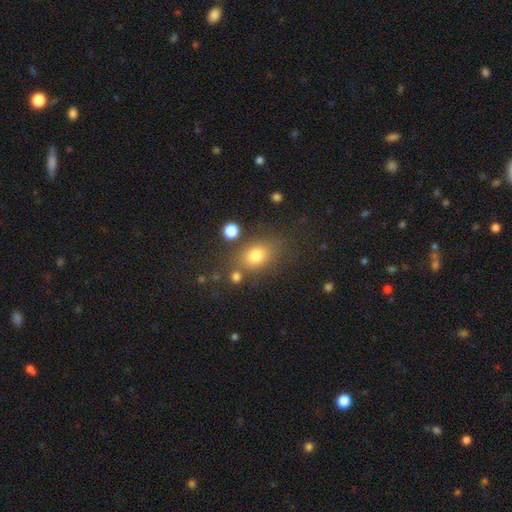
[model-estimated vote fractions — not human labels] Overall: smooth (77%). How rounded: in between (67%; round 31%). Merging: none (70%).